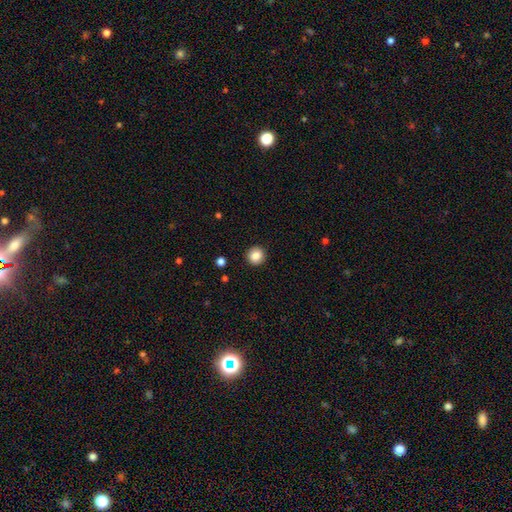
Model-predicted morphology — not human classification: Q: Smooth or featured?
A: smooth (86%); runner-up: star or artifact (9%)
Q: How rounded?
A: round (94%); runner-up: in between (5%)
Q: Merging?
A: none (93%); runner-up: minor disturbance (5%)